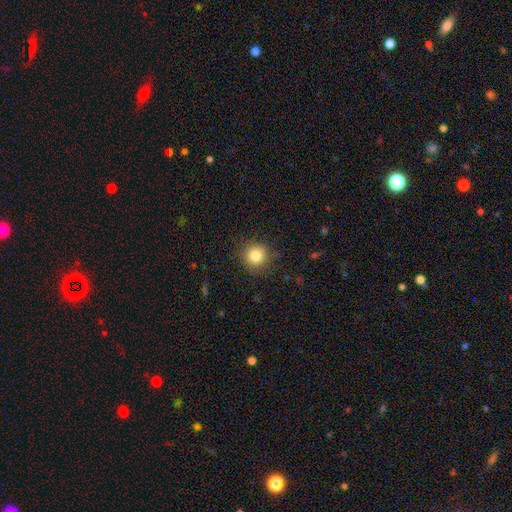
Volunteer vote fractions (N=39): smooth 95%, star or artifact 5%, featured or disk 0%. Down the decision tree: how rounded — round (92%); merging — none (92%).